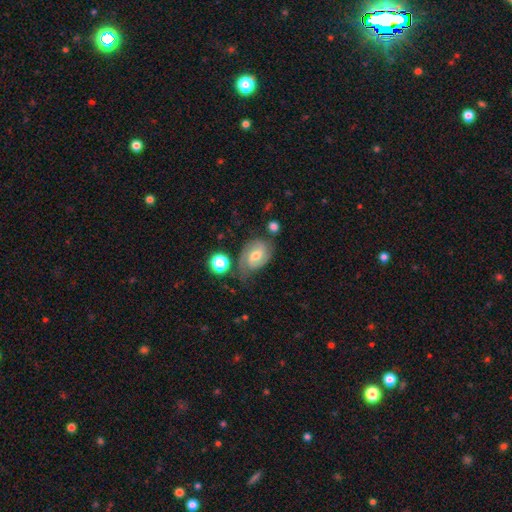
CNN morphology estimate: Q: Smooth or featured?
A: featured or disk (65%); runner-up: smooth (27%)
Q: Edge-on disk?
A: no (96%); runner-up: yes (4%)
Q: Bar?
A: weak (48%); runner-up: no (38%)
Q: Spiral arms?
A: yes (89%); runner-up: no (11%)
Q: Spiral winding?
A: medium (43%); runner-up: tight (37%)
Q: Spiral arm count?
A: 2 (72%); runner-up: can't tell (14%)
Q: Bulge size?
A: moderate (67%); runner-up: small (26%)
Q: Merging?
A: none (54%); runner-up: minor disturbance (27%)